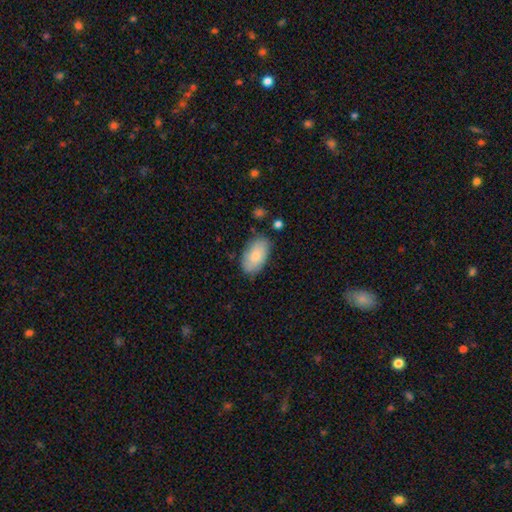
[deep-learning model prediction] This is likely a smooth galaxy (75%). How rounded: clearly in between (94%). Merging: likely none (77%).